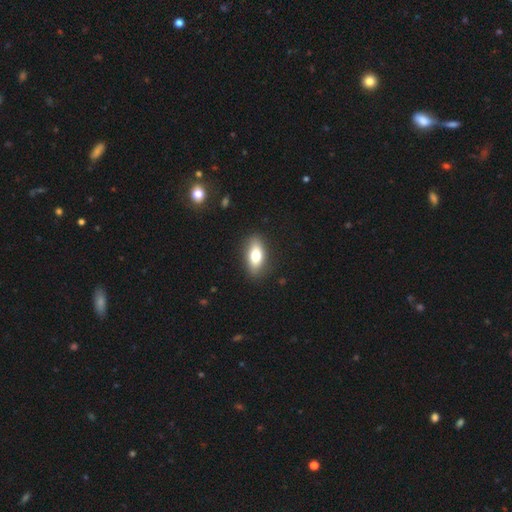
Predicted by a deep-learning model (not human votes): Smooth or featured: smooth — 73% (featured or disk — 19%)
How rounded: in between — 82% (cigar-shaped — 13%)
Merging: none — 86% (minor disturbance — 10%)